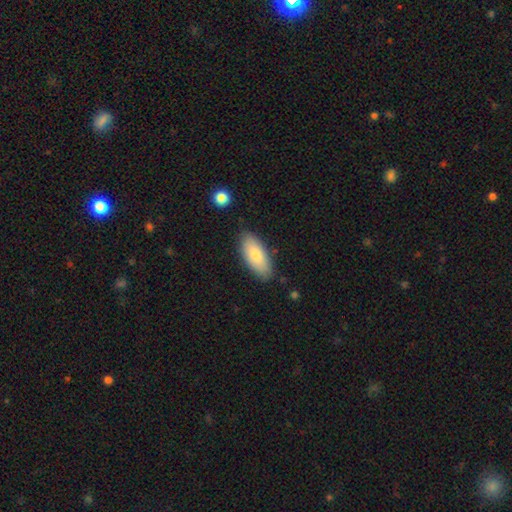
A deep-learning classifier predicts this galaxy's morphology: Overall: smooth (81%). How rounded: in between (85%). Merging: none (83%).